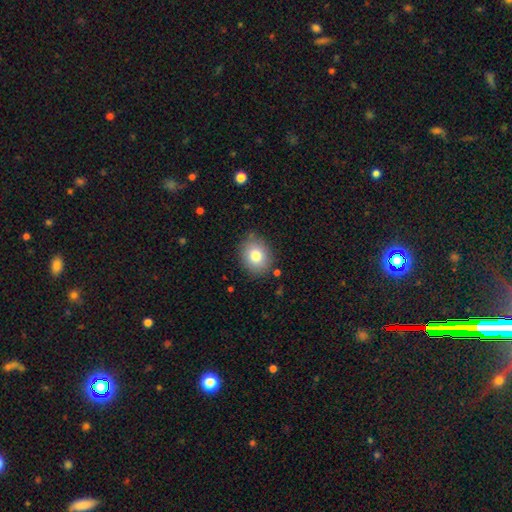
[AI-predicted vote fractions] smooth 81%, featured or disk 10%, star or artifact 9%. Down the decision tree: how rounded — round (52%); merging — none (83%).